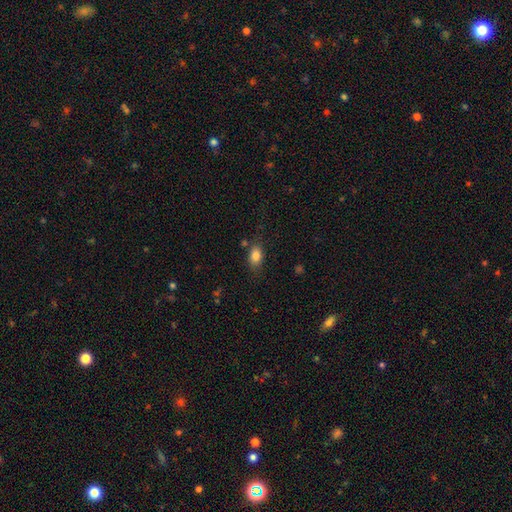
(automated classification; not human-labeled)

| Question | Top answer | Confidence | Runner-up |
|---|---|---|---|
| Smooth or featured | smooth | 82% | star or artifact (9%) |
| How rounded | in between | 83% | round (15%) |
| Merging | none | 77% | minor disturbance (15%) |